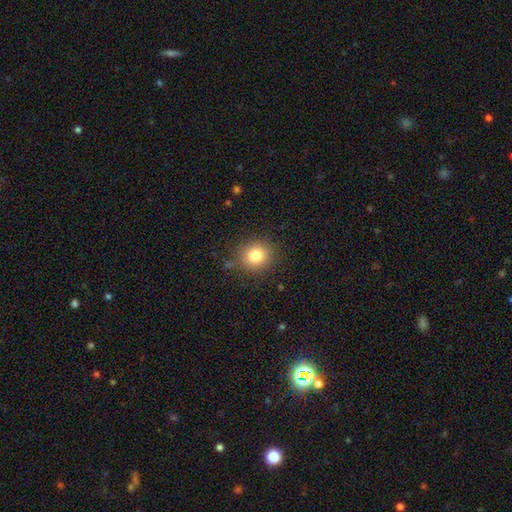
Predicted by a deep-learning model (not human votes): Smooth or featured? smooth (80%)
How rounded? round (86%)
Merging? none (85%)